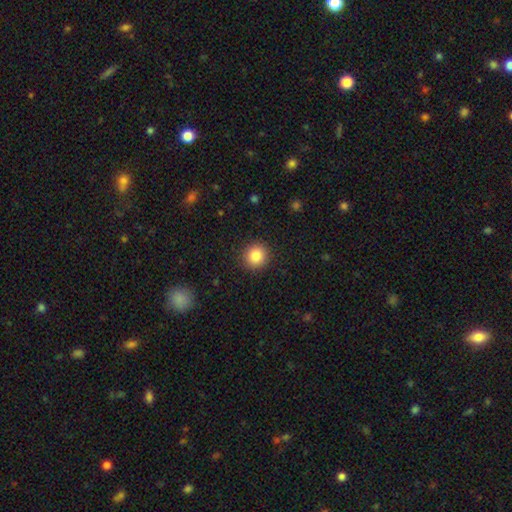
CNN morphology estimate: Smooth or featured? smooth (86%)
How rounded? round (90%)
Merging? none (91%)